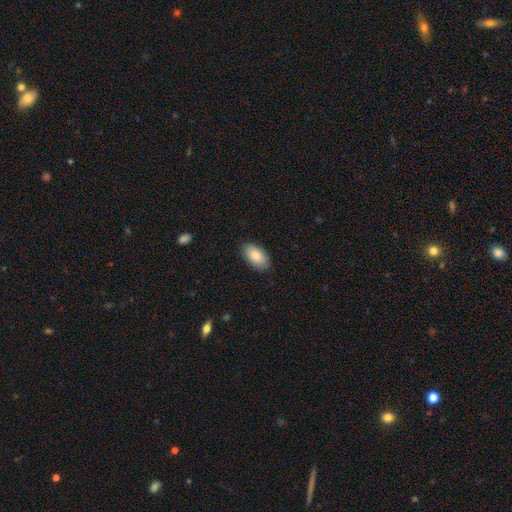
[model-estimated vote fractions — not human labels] A smooth galaxy with no disk features (84%) that is in between round and cigar-shaped (95%). Merging: none (86%).